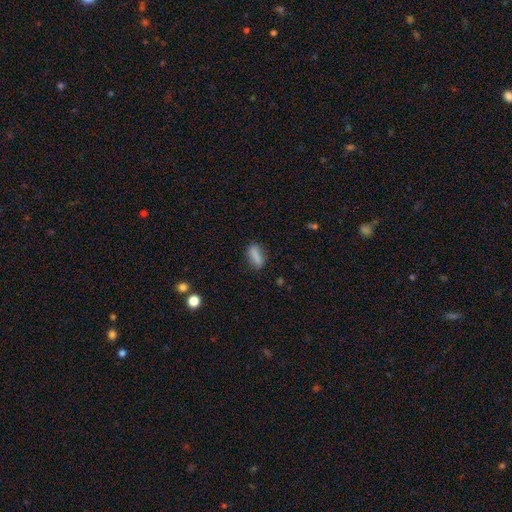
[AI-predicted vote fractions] This is clearly a smooth galaxy (84%). How rounded: likely in between (71%). Merging: likely none (79%).